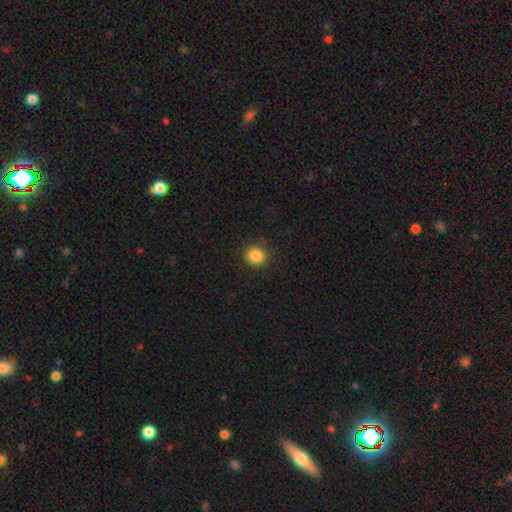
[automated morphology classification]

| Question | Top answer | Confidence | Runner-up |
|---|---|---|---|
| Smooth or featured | smooth | 85% | star or artifact (11%) |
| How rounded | round | 92% | in between (7%) |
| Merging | none | 88% | minor disturbance (8%) |